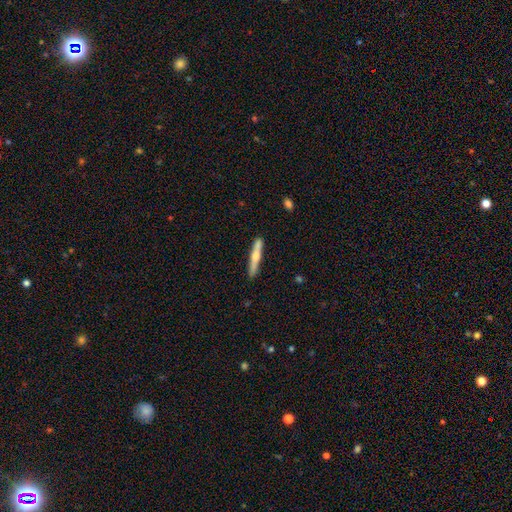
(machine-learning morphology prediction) Smooth or featured? Predicted: featured or disk (p=0.50). Edge-on disk? Predicted: yes (p=0.96). Merging? Predicted: none (p=0.86).